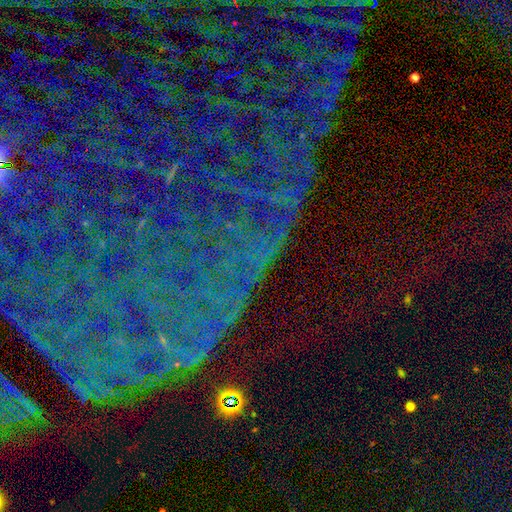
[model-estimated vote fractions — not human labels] Smooth or featured: star or artifact — 83% (featured or disk — 9%)